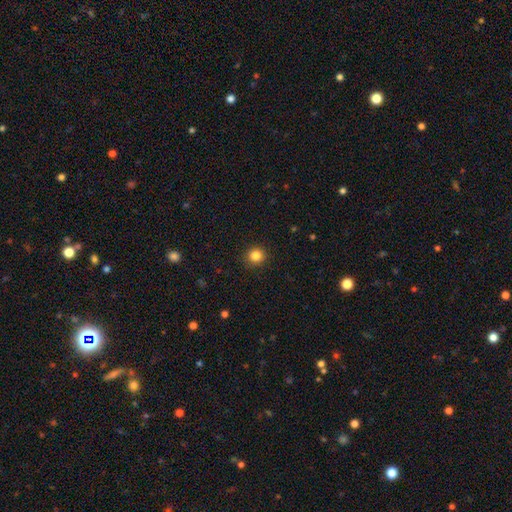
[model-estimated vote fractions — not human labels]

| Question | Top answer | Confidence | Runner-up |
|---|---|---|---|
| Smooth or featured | smooth | 84% | star or artifact (12%) |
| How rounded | round | 90% | in between (9%) |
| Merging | none | 92% | minor disturbance (5%) |